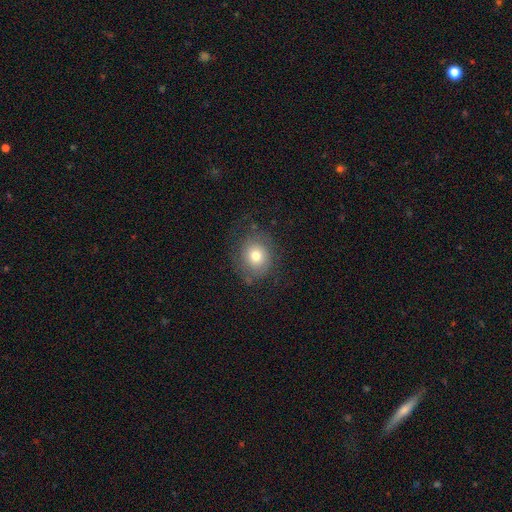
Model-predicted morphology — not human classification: Smooth or featured? smooth (68%)
How rounded? round (73%)
Merging? none (72%)